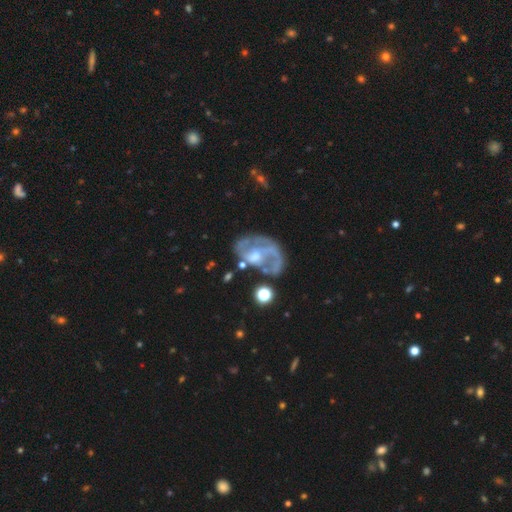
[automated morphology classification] smooth_or_featured: featured or disk (p=0.77) [alt: smooth p=0.14]
disk_edge_on: no (p=0.97) [alt: yes p=0.03]
bar: no (p=0.60) [alt: weak p=0.32]
has_spiral_arms: yes (p=0.74) [alt: no p=0.26]
spiral_winding: medium (p=0.42) [alt: loose p=0.30]
spiral_arm_count: 2 (p=0.40) [alt: 1 p=0.26]
bulge_size: moderate (p=0.47) [alt: small p=0.34]
merging: none (p=0.46) [alt: major disturbance p=0.24]